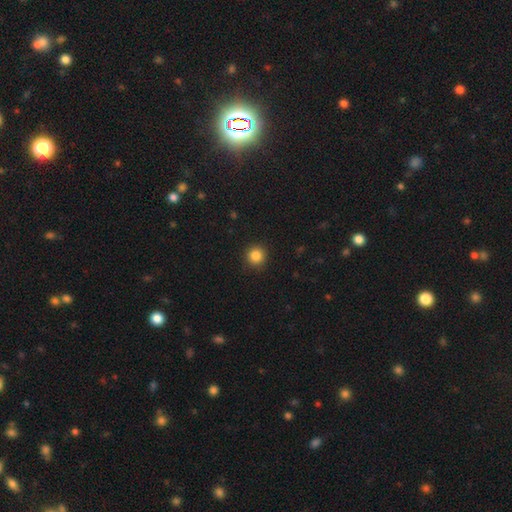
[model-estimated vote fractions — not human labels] Smooth or featured? Predicted: smooth (p=0.85). How rounded? Predicted: round (p=0.95). Merging? Predicted: none (p=0.92).